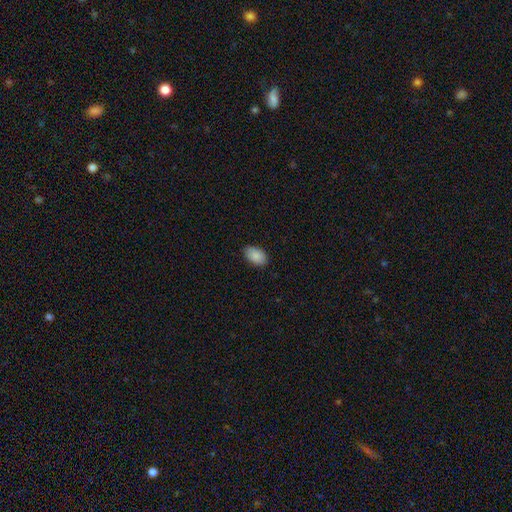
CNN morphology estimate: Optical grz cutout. It shows a smooth galaxy with no disk features (89%) that is in between round and cigar-shaped (93%). Merging: none (87%).